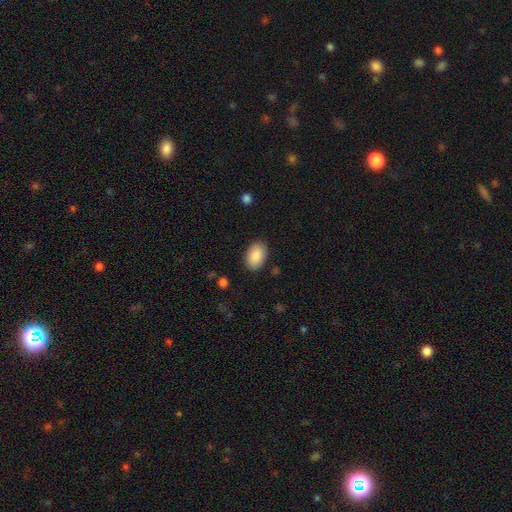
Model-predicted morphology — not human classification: smooth 89%, star or artifact 6%, featured or disk 4%. Down the decision tree: how rounded — in between (89%); merging — none (87%).